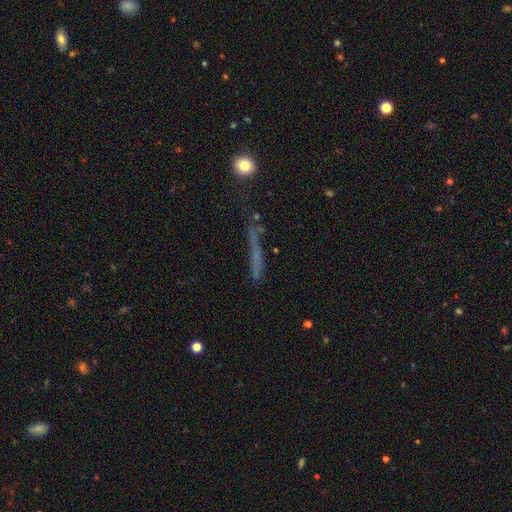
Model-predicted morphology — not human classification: This appears to be a smooth galaxy with no disk features (48%). Merging: none (67%).